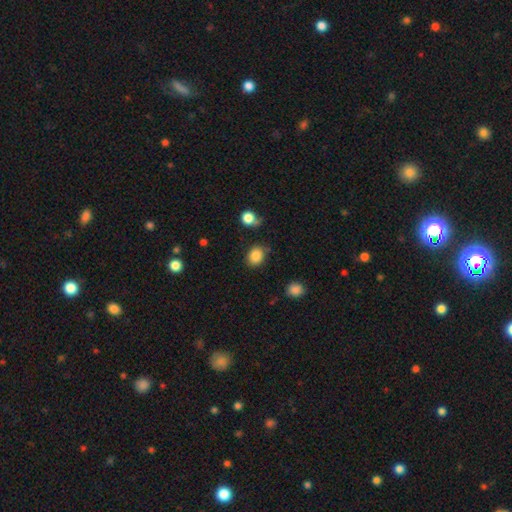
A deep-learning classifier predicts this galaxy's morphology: A smooth galaxy with no disk features (85%) that is round (55%).

Vote fractions:
- Smooth or featured? smooth: 85% / star or artifact: 10% / featured or disk: 5%
- How rounded? round: 55% / in between: 44% / cigar-shaped: 1%
- Merging? none: 76% / minor disturbance: 15% / major disturbance: 4% / merger: 4%